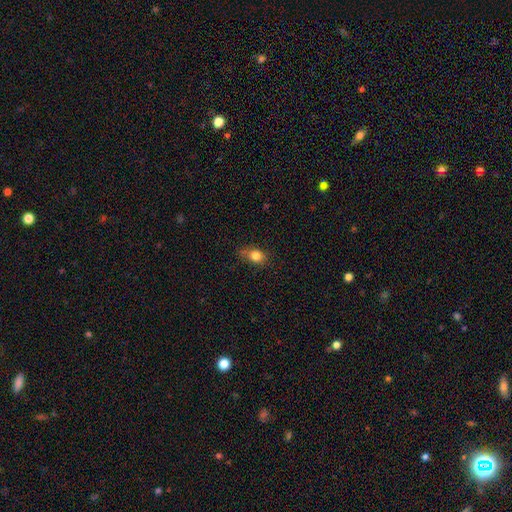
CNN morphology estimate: The model was most divided on "how rounded": in between: 50%, round: 47%, cigar-shaped: 3%. More confident: smooth or featured — smooth (80%); merging — none (61%).